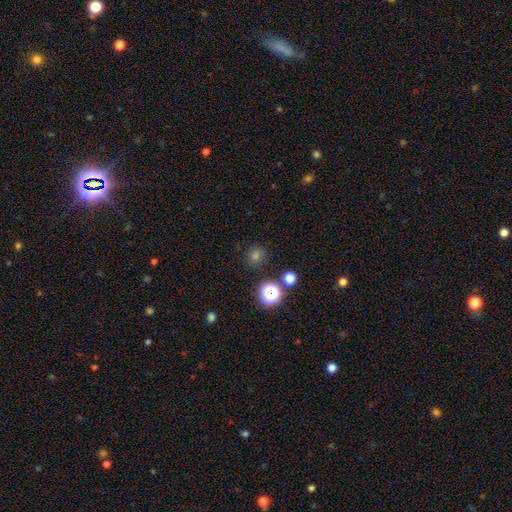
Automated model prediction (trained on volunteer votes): Overall: smooth (63%; star or artifact 31%). How rounded: round (91%). Merging: none (87%).